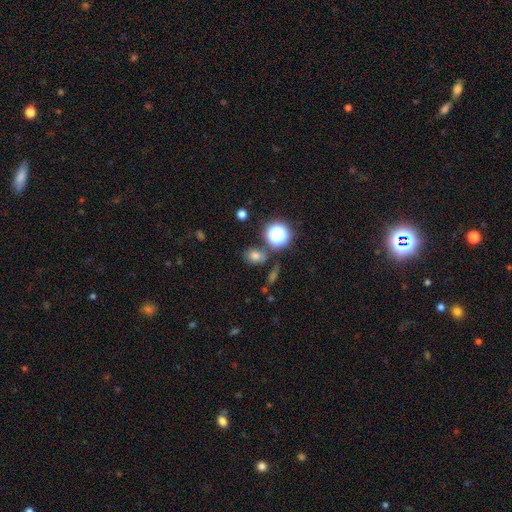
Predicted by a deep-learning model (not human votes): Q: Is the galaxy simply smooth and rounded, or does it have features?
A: smooth — 66%.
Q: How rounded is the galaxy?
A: round — 51%.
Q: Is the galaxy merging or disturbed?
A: none — 77%.